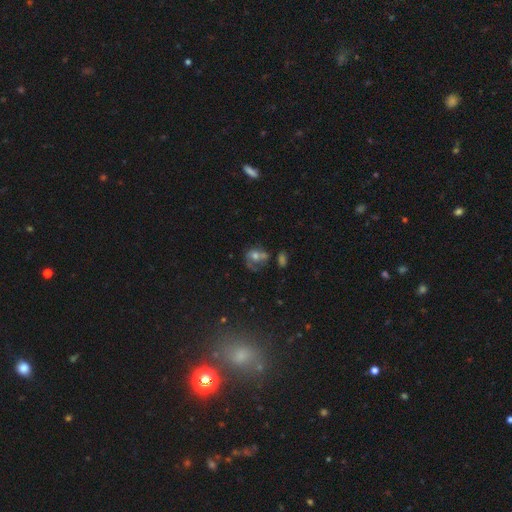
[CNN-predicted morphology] smooth 44%, featured or disk 39%, star or artifact 17%. Down the decision tree: merging — none (34%).